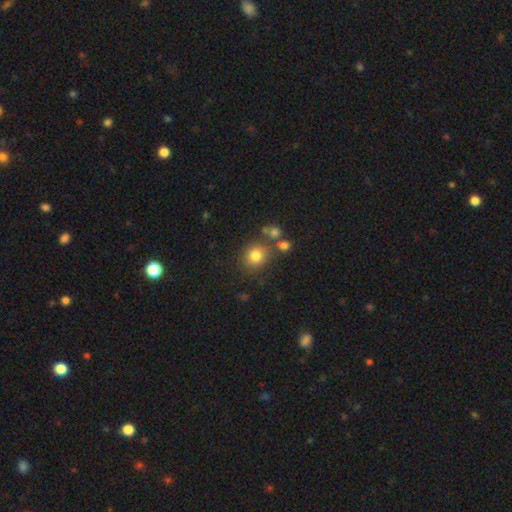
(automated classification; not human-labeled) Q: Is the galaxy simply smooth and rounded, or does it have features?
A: smooth — 80%.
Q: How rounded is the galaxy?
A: round — 83%.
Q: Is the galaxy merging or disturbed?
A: none — 70%.